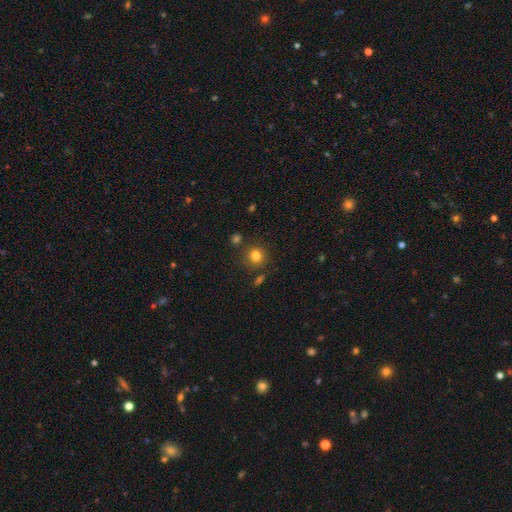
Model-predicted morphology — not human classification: The model was most divided on "how rounded": round: 80%, in between: 19%, cigar-shaped: 1%. More confident: smooth or featured — smooth (81%); merging — none (78%).